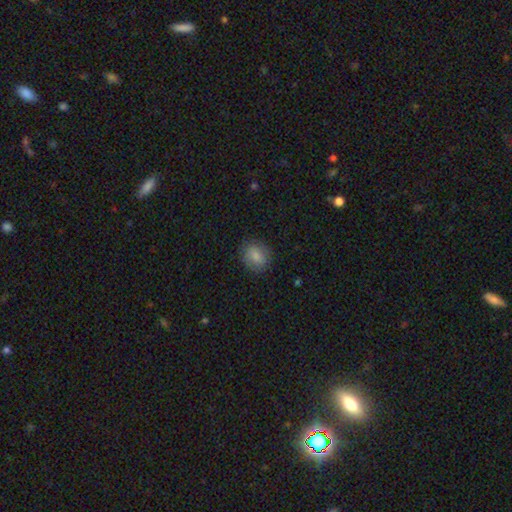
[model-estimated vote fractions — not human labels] This is clearly a smooth galaxy (83%). How rounded: possibly round (59%). Merging: clearly none (83%).